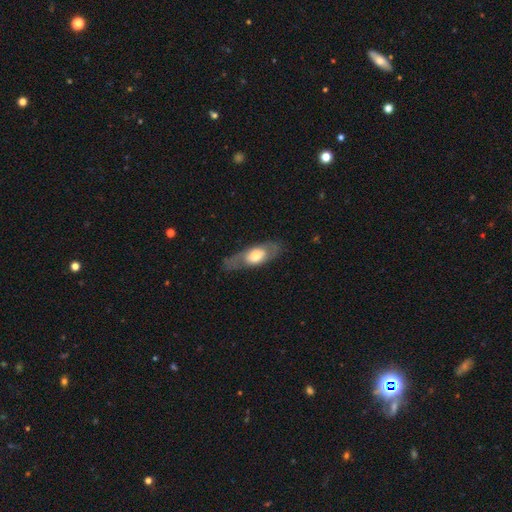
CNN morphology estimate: A featured or disk galaxy (48%).

Vote fractions:
- Smooth or featured? featured or disk: 48% / smooth: 47% / star or artifact: 6%
- Merging? none: 71% / minor disturbance: 18% / major disturbance: 9% / merger: 1%